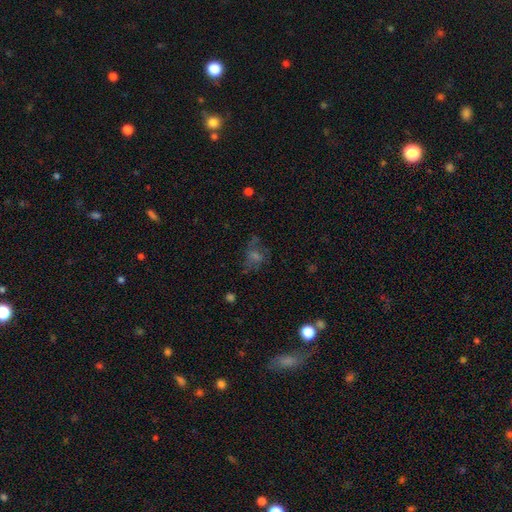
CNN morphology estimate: Smooth or featured? Predicted: featured or disk (p=0.34). Merging? Predicted: none (p=0.58).